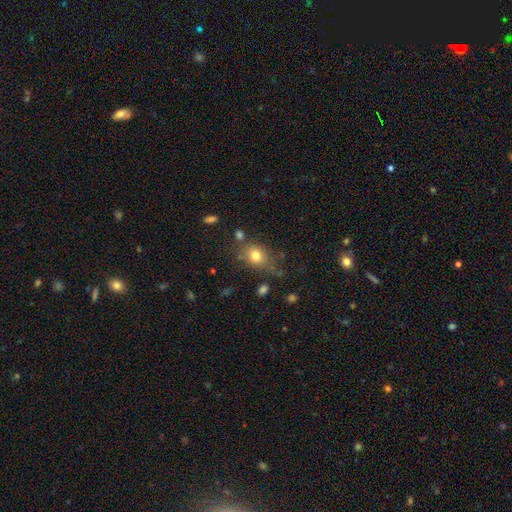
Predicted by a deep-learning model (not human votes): Overall: smooth (76%). How rounded: in between (49%, tied with round). Merging: none (59%; minor disturbance 22%).